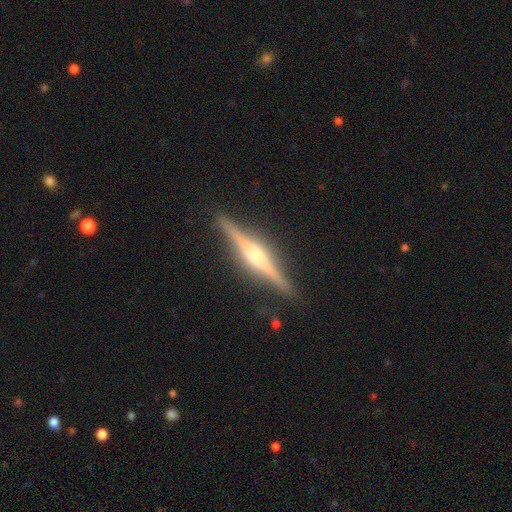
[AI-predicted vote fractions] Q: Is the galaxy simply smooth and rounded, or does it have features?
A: featured or disk — 82%.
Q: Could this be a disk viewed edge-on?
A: yes — 98%.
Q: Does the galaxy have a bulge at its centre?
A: rounded — 76%.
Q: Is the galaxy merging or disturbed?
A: none — 89%.